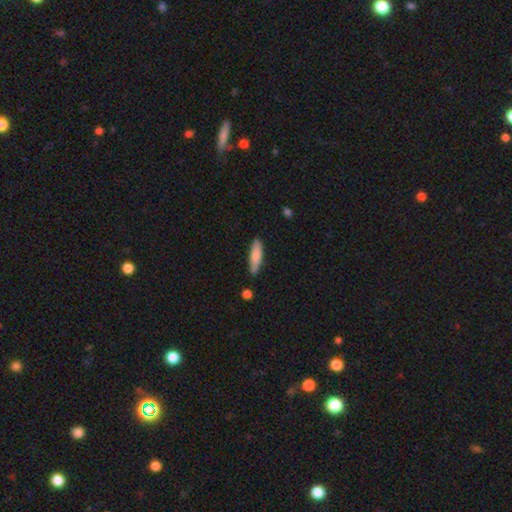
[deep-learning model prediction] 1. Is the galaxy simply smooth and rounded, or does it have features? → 78% smooth, 16% featured or disk, 6% star or artifact.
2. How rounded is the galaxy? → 66% cigar-shaped, 32% in between, 2% round.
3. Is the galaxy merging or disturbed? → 83% none, 13% minor disturbance, 2% merger, 2% major disturbance.